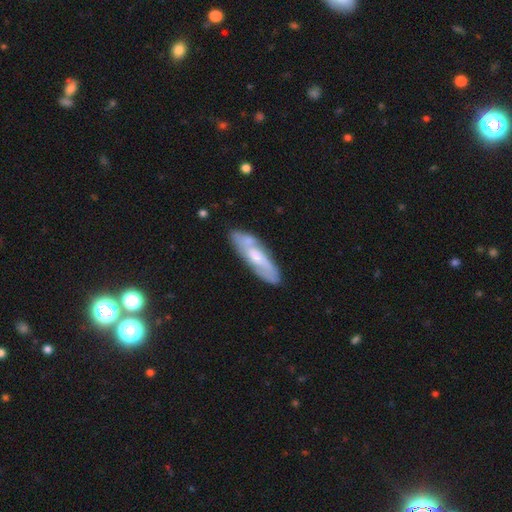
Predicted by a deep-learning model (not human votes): smooth-or-featured: featured or disk: 57% | smooth: 37% | star or artifact: 6%
  disk-edge-on: no: 70% | yes: 30%
  merging: none: 72% | minor disturbance: 17% | merger: 6% | major disturbance: 4%